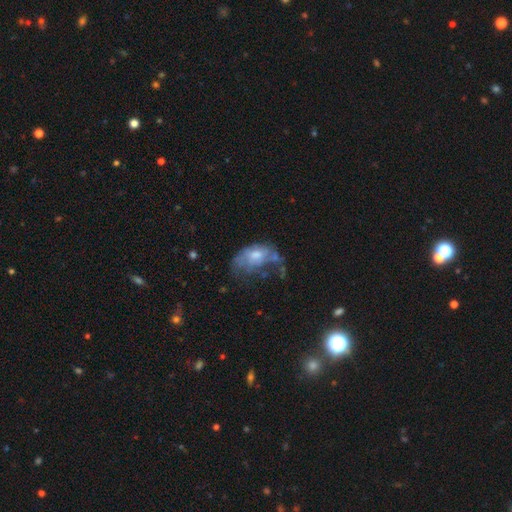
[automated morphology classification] A smooth galaxy with no disk features (46%). Merging: major disturbance (39%).